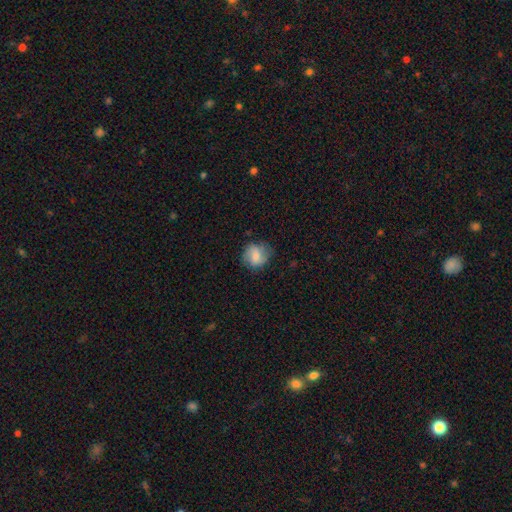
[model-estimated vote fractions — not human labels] Smooth or featured?
  - smooth: 66% *
  - featured or disk: 26%
  - star or artifact: 8%
How rounded?
  - round: 71% *
  - in between: 28%
  - cigar-shaped: 1%
Merging?
  - none: 67% *
  - minor disturbance: 23%
  - major disturbance: 8%
  - merger: 1%